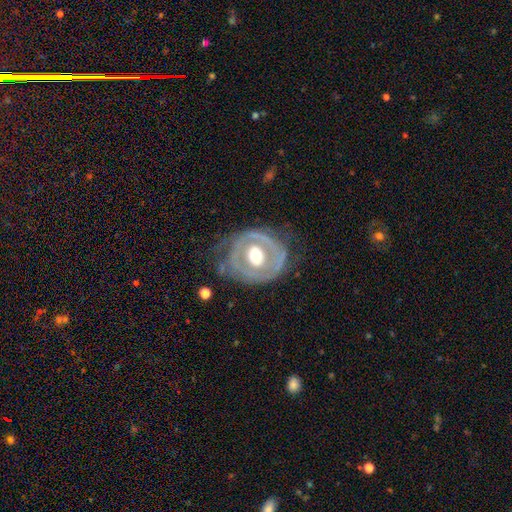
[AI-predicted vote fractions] featured or disk 71%, smooth 22%, star or artifact 7%. Down the decision tree: edge-on disk — no (95%); bar — no (67%); spiral arms — no (61%); bulge size — moderate (67%); merging — none (64%).